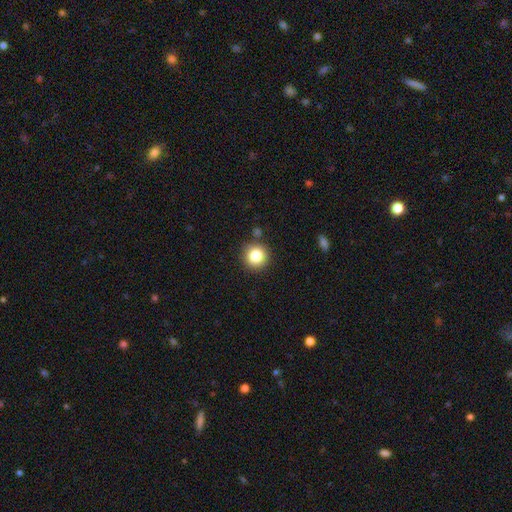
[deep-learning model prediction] smooth_or_featured: smooth (p=0.84) [alt: star or artifact p=0.10]
how_rounded: round (p=0.93) [alt: in between p=0.06]
merging: none (p=0.86) [alt: minor disturbance p=0.08]